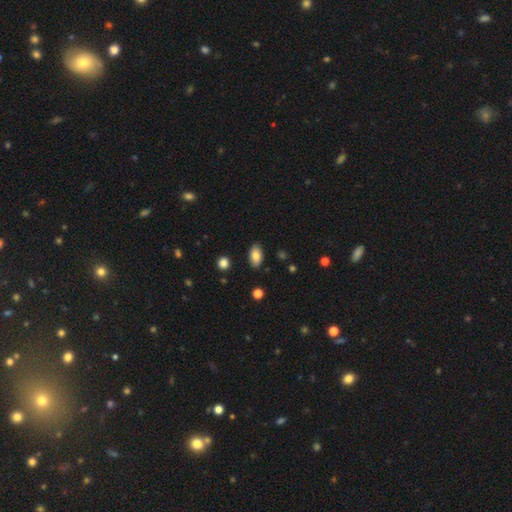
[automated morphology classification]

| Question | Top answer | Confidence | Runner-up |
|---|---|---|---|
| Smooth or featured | smooth | 83% | featured or disk (9%) |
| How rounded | in between | 92% | round (5%) |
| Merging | none | 87% | minor disturbance (9%) |